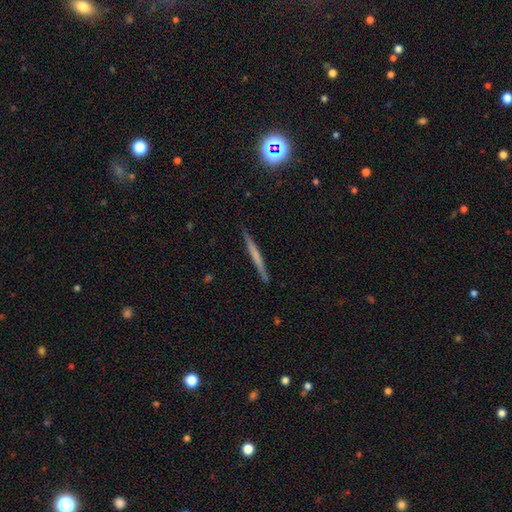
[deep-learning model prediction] This is possibly a featured or disk galaxy (47%). Merging: clearly none (91%).